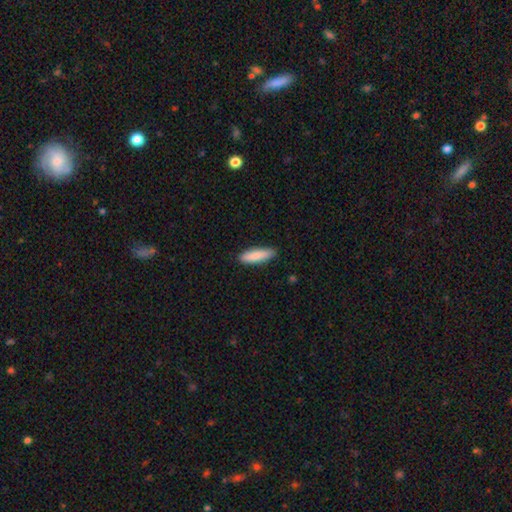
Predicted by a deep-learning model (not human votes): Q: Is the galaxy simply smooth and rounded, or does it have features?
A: smooth — 85%.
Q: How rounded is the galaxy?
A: cigar-shaped — 63%.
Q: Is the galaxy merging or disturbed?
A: none — 86%.